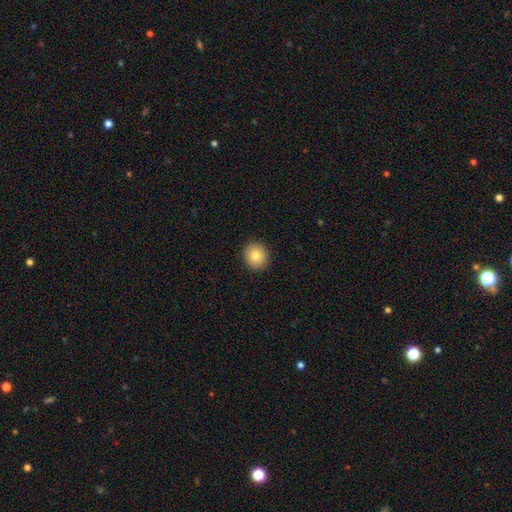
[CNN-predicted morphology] type=smooth (81%); roundness=round (90%); merging=none (92%).